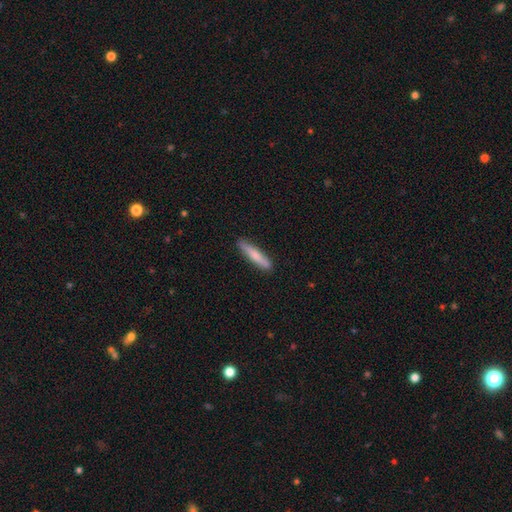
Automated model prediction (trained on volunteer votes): A smooth galaxy with no disk features (72%) that is cigar-shaped (90%). Merging: none (89%).